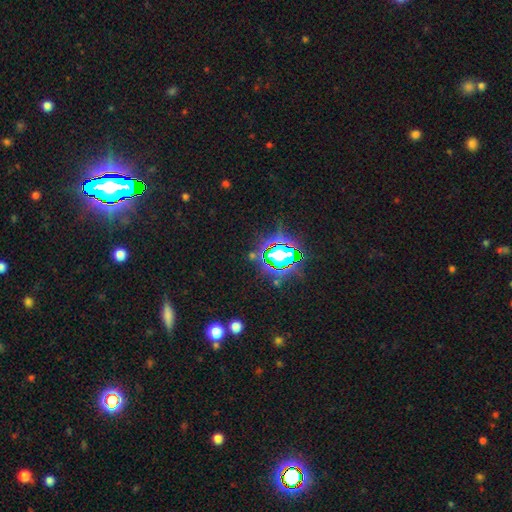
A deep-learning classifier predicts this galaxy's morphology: Smooth or featured?
  - star or artifact: 75% *
  - smooth: 16%
  - featured or disk: 9%